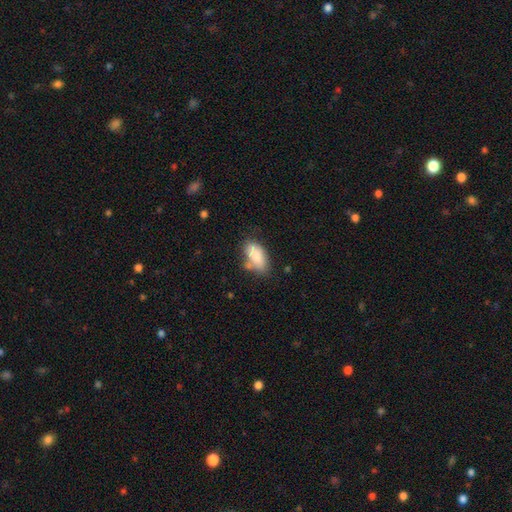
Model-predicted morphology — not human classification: type=smooth (83%); roundness=in between (89%); merging=none (59%).